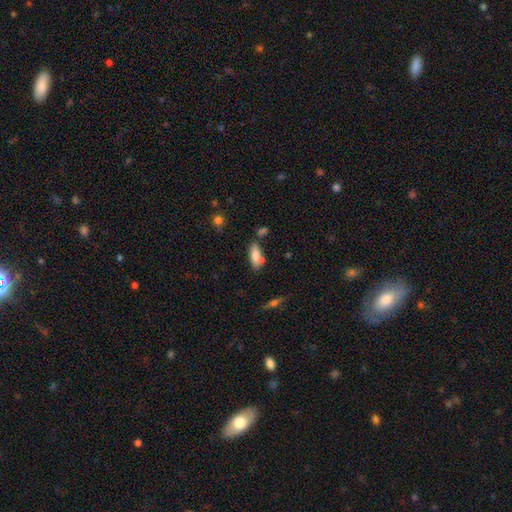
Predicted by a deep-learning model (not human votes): Q: Smooth or featured?
A: smooth (79%); runner-up: featured or disk (14%)
Q: How rounded?
A: in between (73%); runner-up: cigar-shaped (25%)
Q: Merging?
A: none (63%); runner-up: minor disturbance (20%)